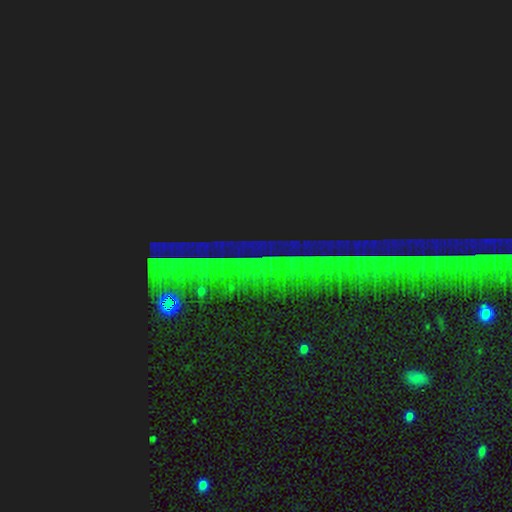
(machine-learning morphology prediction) Smooth or featured?
  - star or artifact: 85% *
  - featured or disk: 8%
  - smooth: 7%